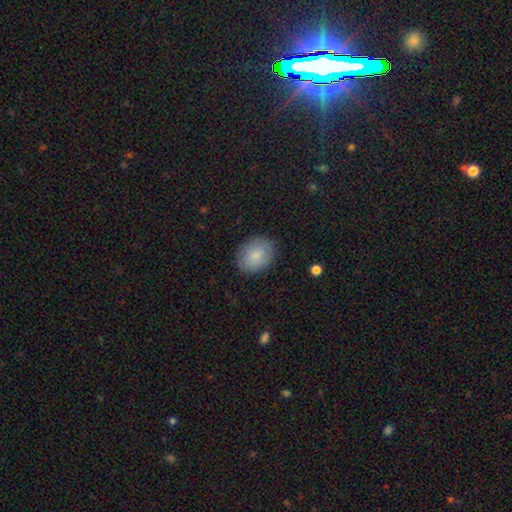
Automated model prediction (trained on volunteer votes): Smooth or featured? Predicted: smooth (p=0.86). How rounded? Predicted: in between (p=0.58). Merging? Predicted: none (p=0.87).